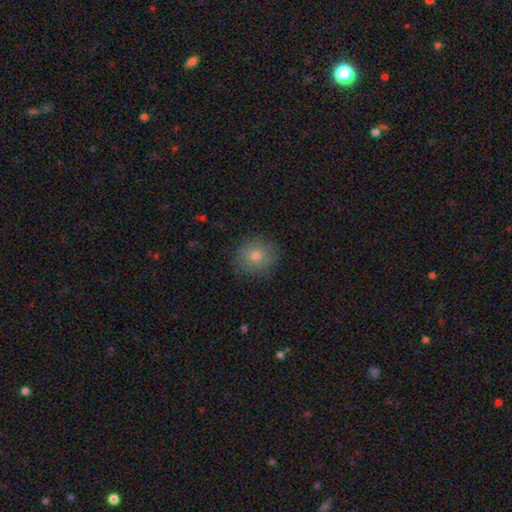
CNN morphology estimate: A smooth galaxy with no disk features (74%) that is round (87%).

Vote fractions:
- Smooth or featured? smooth: 74% / featured or disk: 13% / star or artifact: 13%
- How rounded? round: 87% / in between: 12% / cigar-shaped: 1%
- Merging? none: 85% / minor disturbance: 11% / major disturbance: 3% / merger: 1%